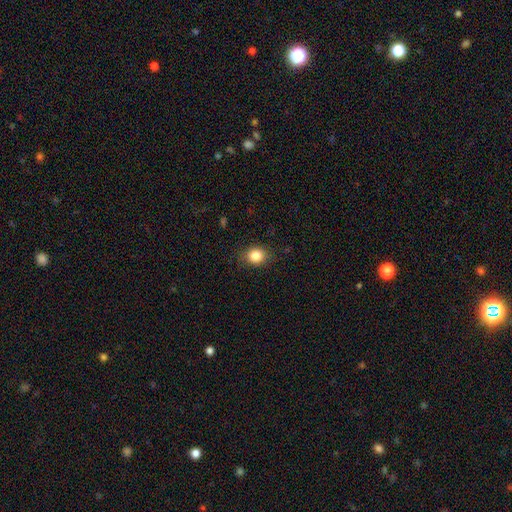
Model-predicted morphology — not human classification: The model was most divided on "how rounded": round: 66%, in between: 33%, cigar-shaped: 1%. More confident: merging — none (84%); smooth or featured — smooth (84%).